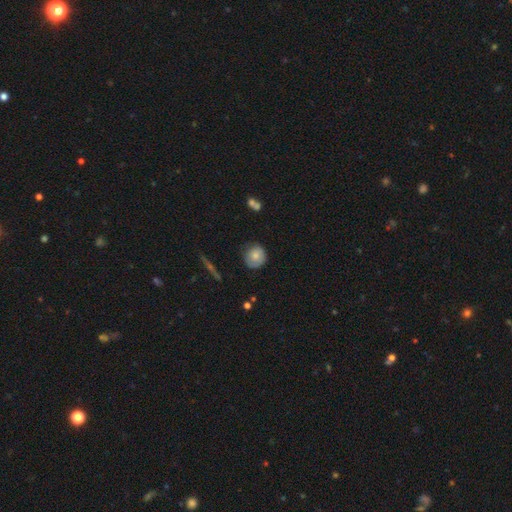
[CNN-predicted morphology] This appears to be a smooth galaxy with no disk features (66%) that is round (83%). Merging: none (68%).